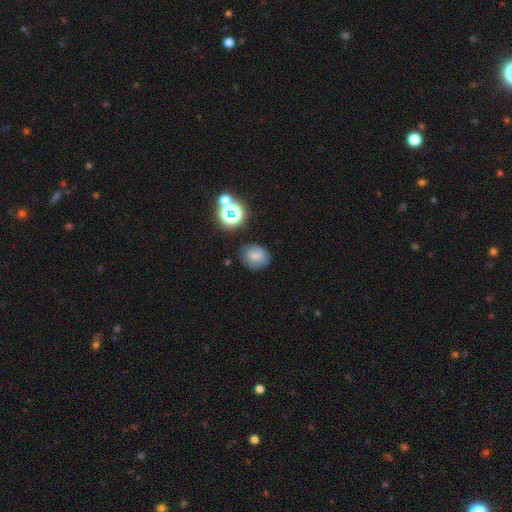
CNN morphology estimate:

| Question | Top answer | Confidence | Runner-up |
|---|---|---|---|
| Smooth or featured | smooth | 61% | featured or disk (23%) |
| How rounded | round | 60% | in between (39%) |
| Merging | none | 67% | minor disturbance (21%) |